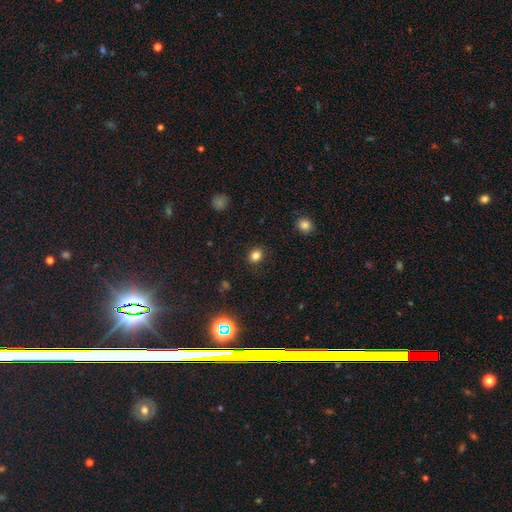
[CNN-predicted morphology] Smooth or featured: smooth — 81% (star or artifact — 14%)
How rounded: round — 58% (in between — 41%)
Merging: none — 88% (minor disturbance — 8%)